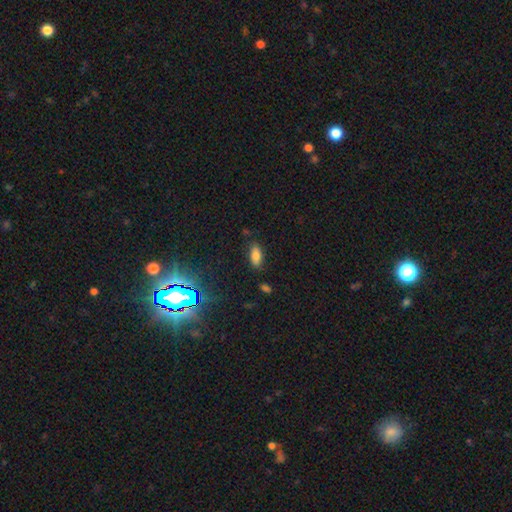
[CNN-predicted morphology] This appears to be a smooth galaxy with no disk features (77%) that is in between round and cigar-shaped (89%). Merging: none (81%).